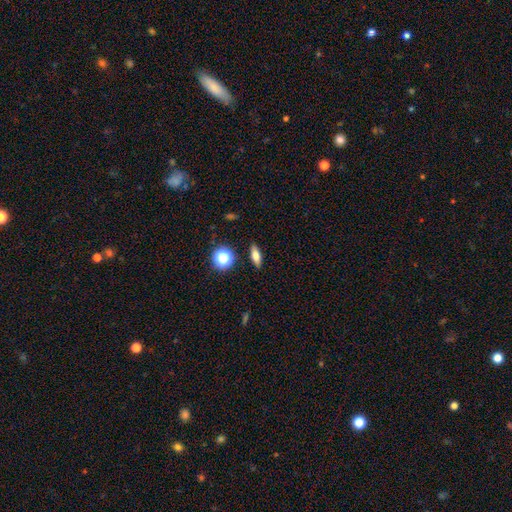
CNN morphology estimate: Smooth or featured?
  - smooth: 68% *
  - featured or disk: 19%
  - star or artifact: 12%
How rounded?
  - in between: 56% *
  - cigar-shaped: 32%
  - round: 11%
Merging?
  - none: 88% *
  - minor disturbance: 8%
  - major disturbance: 2%
  - merger: 2%